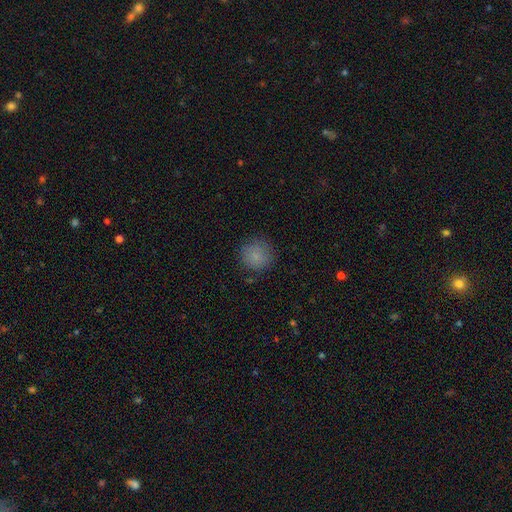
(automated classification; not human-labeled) A smooth galaxy with no disk features (83%) that is round (93%). Merging: none (83%).